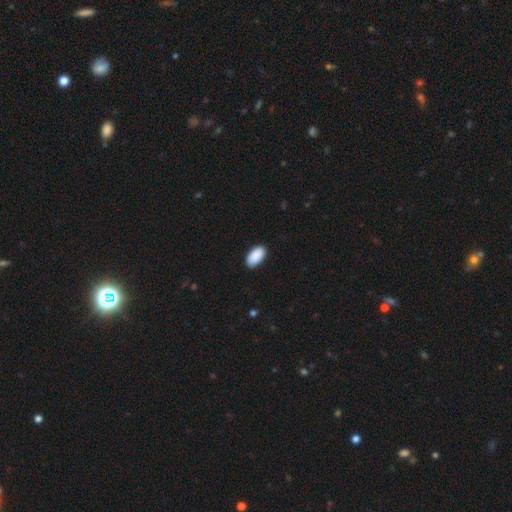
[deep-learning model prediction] Smooth or featured? Predicted: smooth (p=0.91). How rounded? Predicted: in between (p=0.96). Merging? Predicted: none (p=0.87).